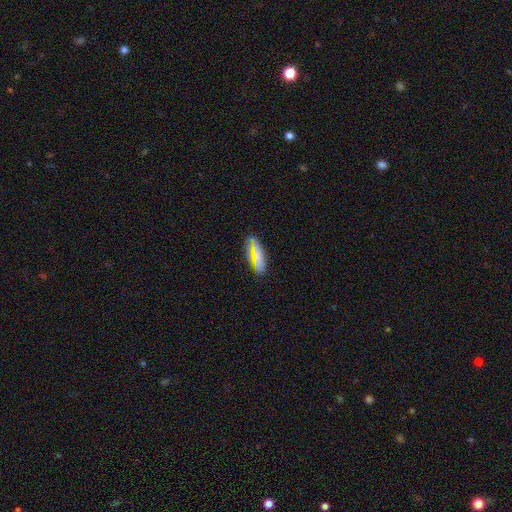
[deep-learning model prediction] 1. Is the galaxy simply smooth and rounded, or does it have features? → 61% smooth, 25% featured or disk, 14% star or artifact.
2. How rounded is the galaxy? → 59% in between, 35% cigar-shaped, 6% round.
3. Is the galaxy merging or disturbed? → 77% none, 16% minor disturbance, 5% major disturbance, 3% merger.